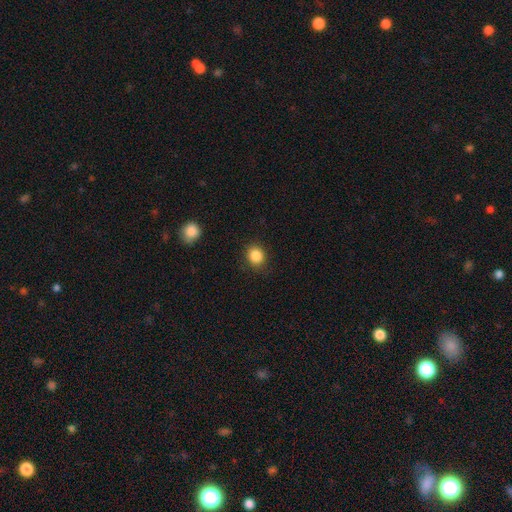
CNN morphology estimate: Q: Smooth or featured?
A: smooth (86%); runner-up: star or artifact (10%)
Q: How rounded?
A: round (78%); runner-up: in between (21%)
Q: Merging?
A: none (87%); runner-up: minor disturbance (9%)